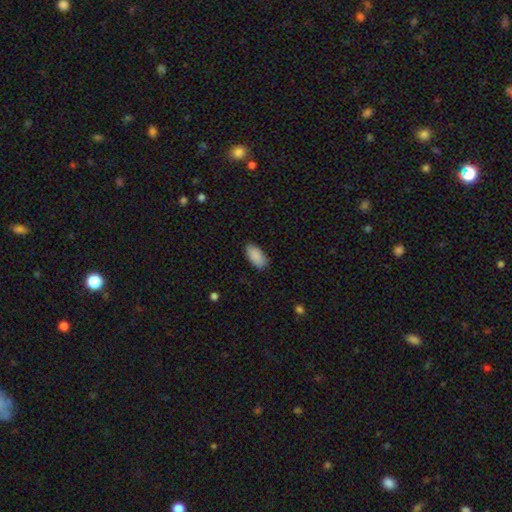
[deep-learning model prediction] Overall: smooth (90%). How rounded: in between (94%). Merging: none (84%).